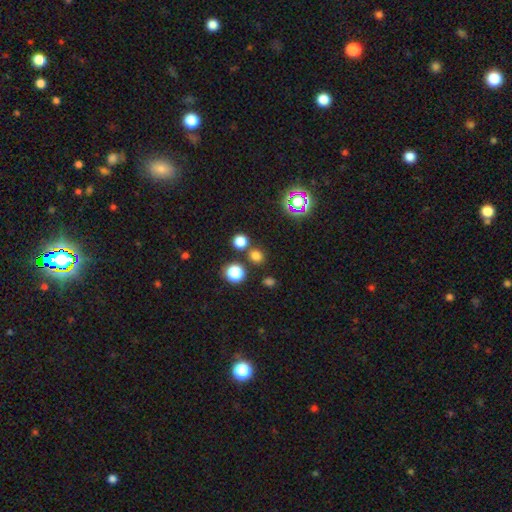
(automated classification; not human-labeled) smooth-or-featured: smooth: 71% | star or artifact: 24% | featured or disk: 6%
  how-rounded: round: 87% | in between: 12% | cigar-shaped: 1%
  merging: none: 76% | merger: 14% | minor disturbance: 7% | major disturbance: 3%